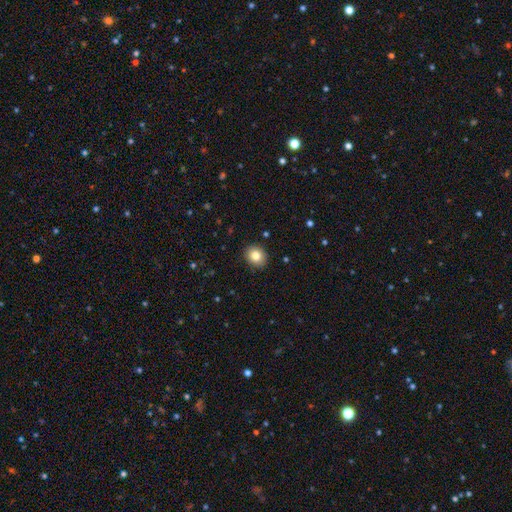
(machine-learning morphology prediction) smooth 82%, star or artifact 10%, featured or disk 8%. Down the decision tree: how rounded — round (70%); merging — none (90%).